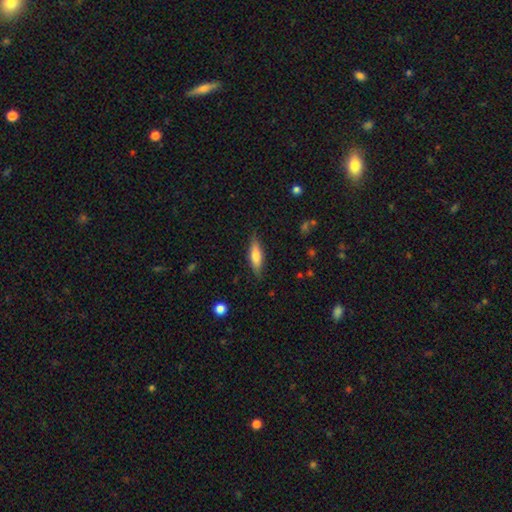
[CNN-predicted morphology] A smooth galaxy with no disk features (62%) that is cigar-shaped (58%). Merging: none (84%).